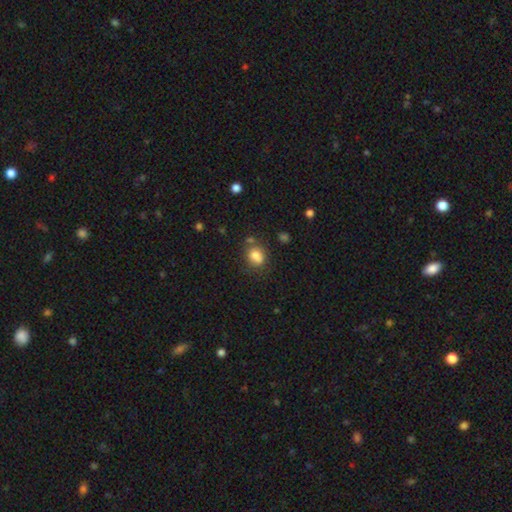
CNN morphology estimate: Smooth or featured?
  - smooth: 79% *
  - star or artifact: 11%
  - featured or disk: 10%
How rounded?
  - round: 56% *
  - in between: 43%
  - cigar-shaped: 1%
Merging?
  - none: 62% *
  - minor disturbance: 19%
  - merger: 13%
  - major disturbance: 6%